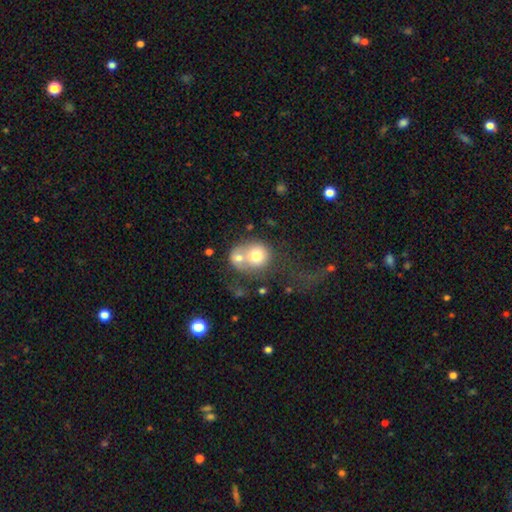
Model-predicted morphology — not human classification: smooth-or-featured: smooth: 66% | featured or disk: 25% | star or artifact: 9%
  how-rounded: round: 76% | in between: 23% | cigar-shaped: 1%
  merging: merger: 64% | none: 20% | major disturbance: 9% | minor disturbance: 8%